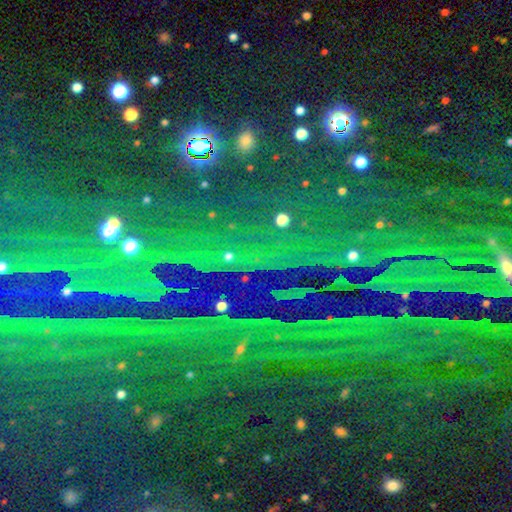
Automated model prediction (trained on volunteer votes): Smooth or featured?
  - star or artifact: 86% *
  - smooth: 8%
  - featured or disk: 7%